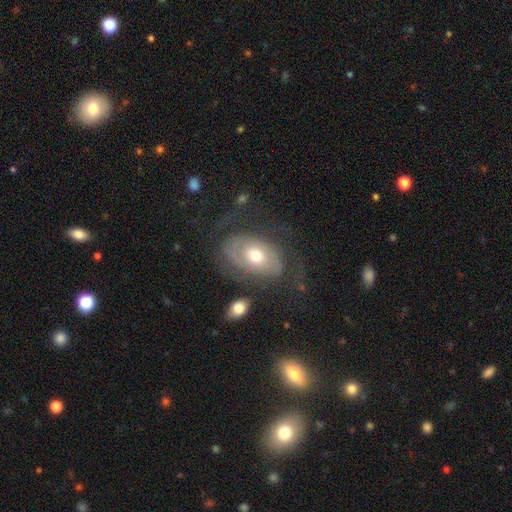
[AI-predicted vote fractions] Smooth or featured? featured or disk (65%)
Edge-on disk? no (94%)
Bar? no (78%)
Spiral arms? yes (72%)
Bulge size? moderate (72%)
Merging? none (57%)